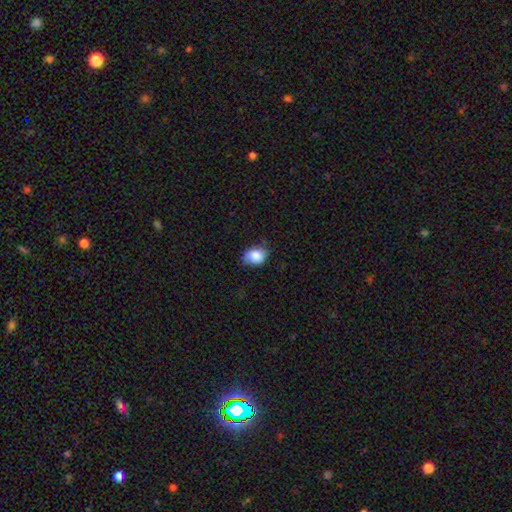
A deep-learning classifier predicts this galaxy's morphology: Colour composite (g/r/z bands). It shows a smooth galaxy with no disk features (85%) that is in between round and cigar-shaped (73%). Merging: none (68%).